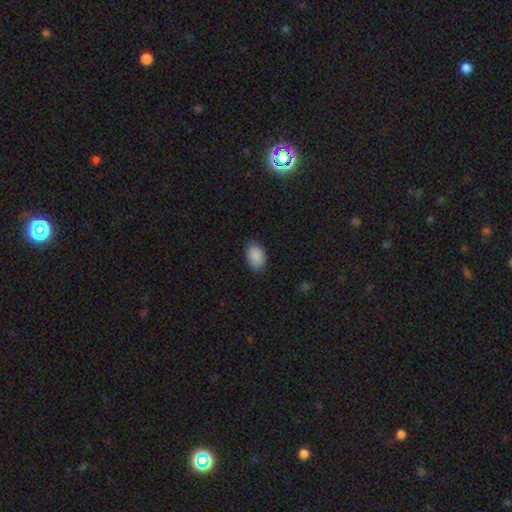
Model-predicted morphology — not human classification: The model was most divided on "merging": none: 83%, minor disturbance: 13%, major disturbance: 3%, merger: 1%. More confident: smooth or featured — smooth (90%); how rounded — in between (88%).